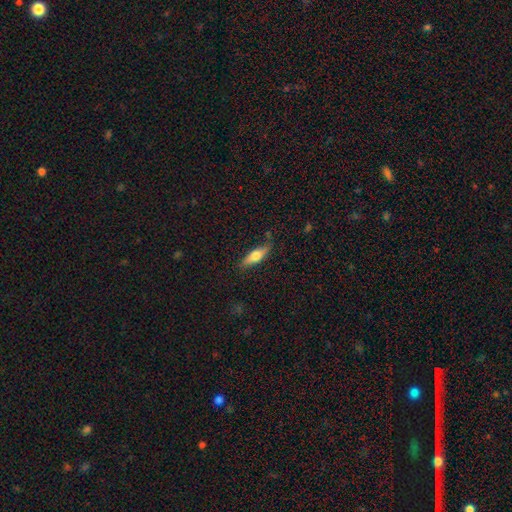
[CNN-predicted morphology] This appears to be a smooth galaxy with no disk features (59%) that is cigar-shaped (50%). Merging: none (79%).